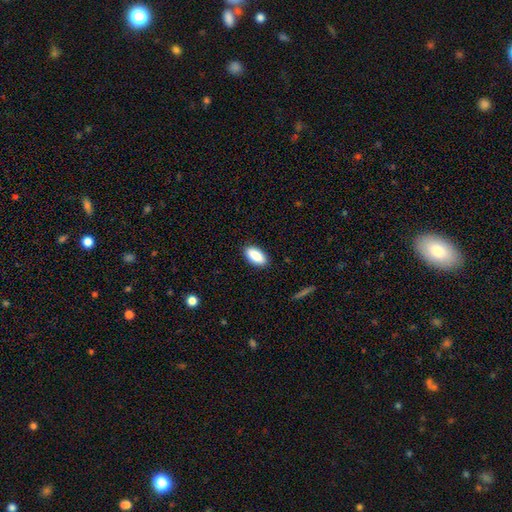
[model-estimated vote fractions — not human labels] This appears to be a smooth galaxy with no disk features (89%) that is in between round and cigar-shaped (92%). Merging: none (88%).